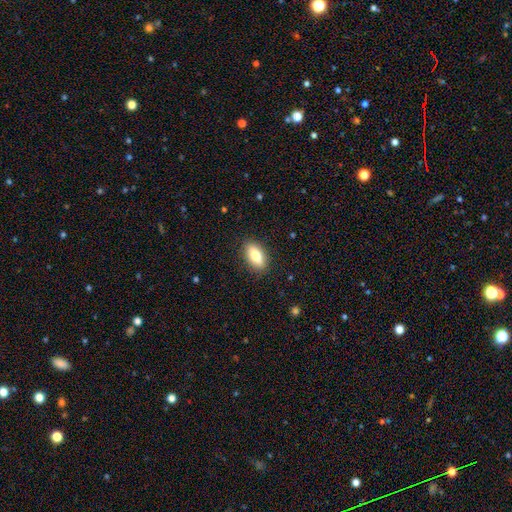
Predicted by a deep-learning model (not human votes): Smooth or featured?
  - smooth: 78% *
  - featured or disk: 15%
  - star or artifact: 7%
How rounded?
  - in between: 84% *
  - cigar-shaped: 12%
  - round: 4%
Merging?
  - none: 87% *
  - minor disturbance: 10%
  - major disturbance: 3%
  - merger: 1%